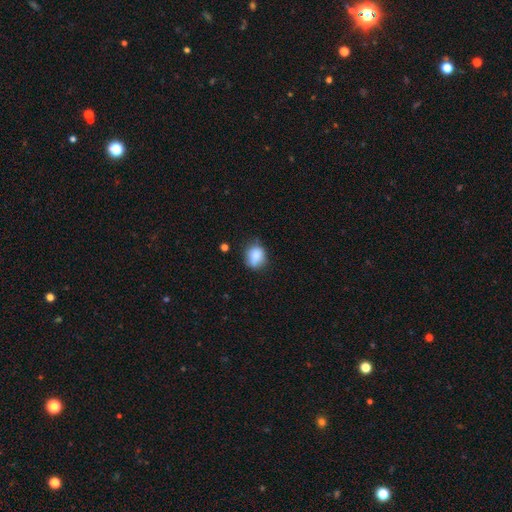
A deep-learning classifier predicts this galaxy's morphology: type=smooth (83%); roundness=round (54%); merging=none (64%).